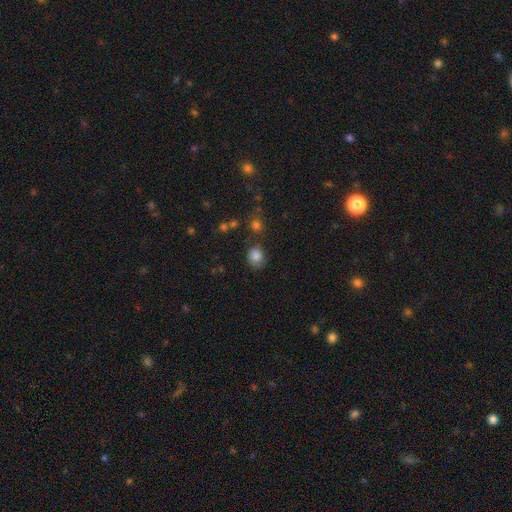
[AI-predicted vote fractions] Smooth or featured? Predicted: smooth (p=0.84). How rounded? Predicted: round (p=0.74). Merging? Predicted: none (p=0.73).